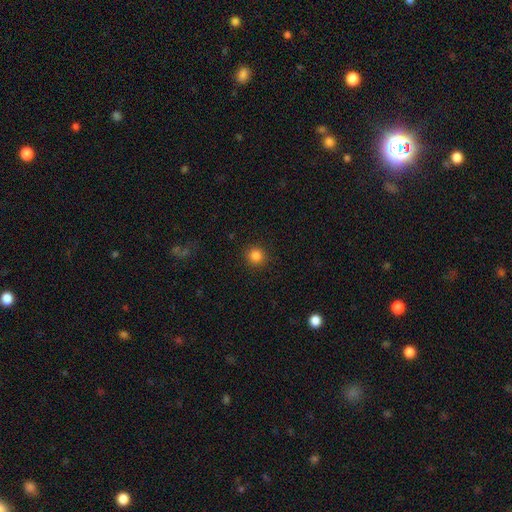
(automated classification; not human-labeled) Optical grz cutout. It shows a smooth galaxy with no disk features (84%) that is round (93%). Merging: none (91%).